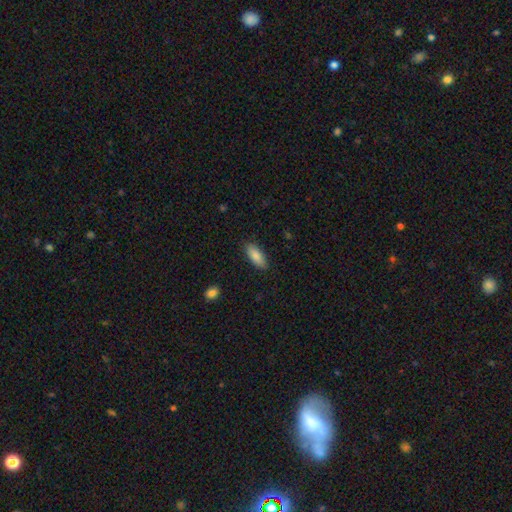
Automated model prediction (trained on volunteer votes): Morphology: type=smooth (84%); roundness=in between (77%); merging=none (86%).